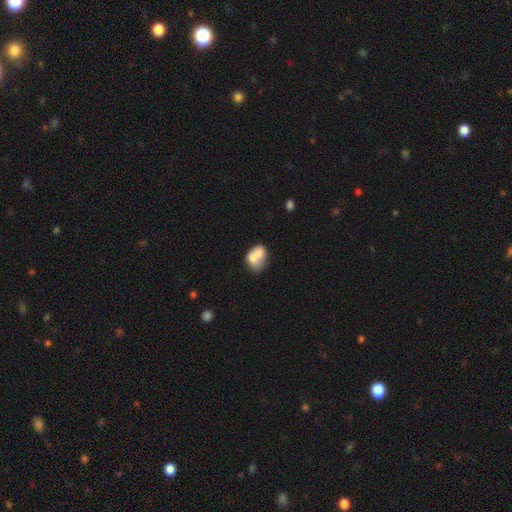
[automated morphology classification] This appears to be a smooth galaxy with no disk features (66%) that is in between round and cigar-shaped (71%). Merging: merger (56%).